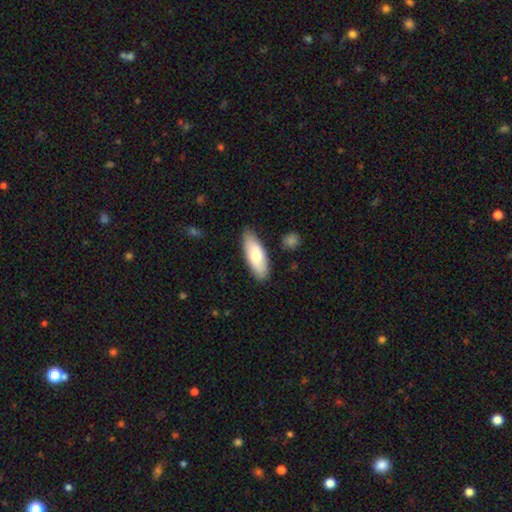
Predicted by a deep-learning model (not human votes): smooth-or-featured: smooth: 71% | featured or disk: 23% | star or artifact: 5%
  how-rounded: in between: 71% | cigar-shaped: 27% | round: 2%
  merging: none: 84% | minor disturbance: 12% | major disturbance: 2% | merger: 2%